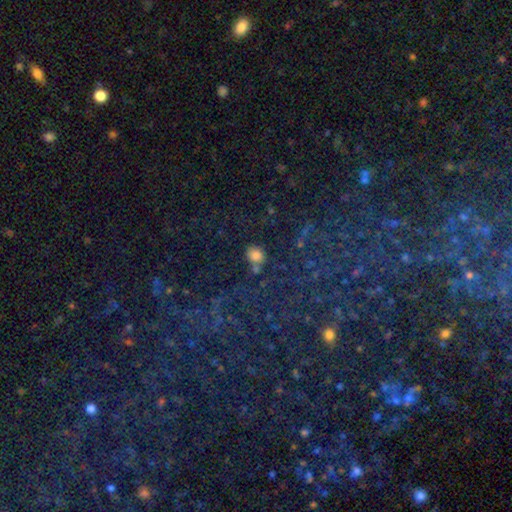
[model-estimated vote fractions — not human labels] Morphology: type=smooth (76%); roundness=round (73%); merging=none (73%).